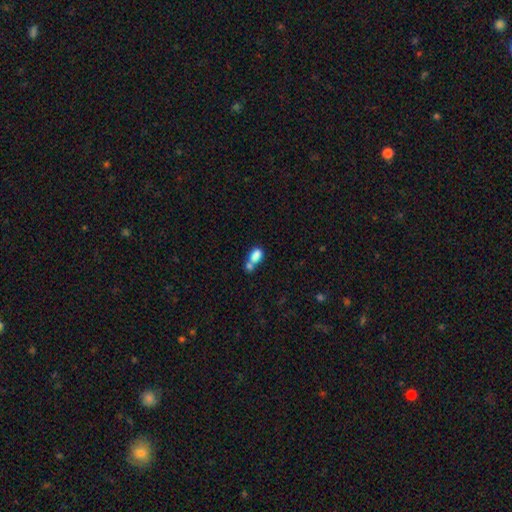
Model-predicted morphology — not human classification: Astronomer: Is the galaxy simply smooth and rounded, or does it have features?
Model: smooth — 80%.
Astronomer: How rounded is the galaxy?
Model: in between — 84%.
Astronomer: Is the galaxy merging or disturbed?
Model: merger — 56%.